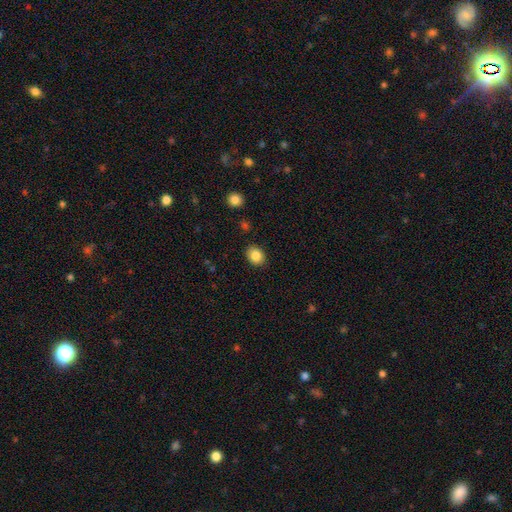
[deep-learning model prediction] The model was most divided on "how rounded": in between: 55%, round: 45%, cigar-shaped: 1%. More confident: merging — none (88%); smooth or featured — smooth (85%).